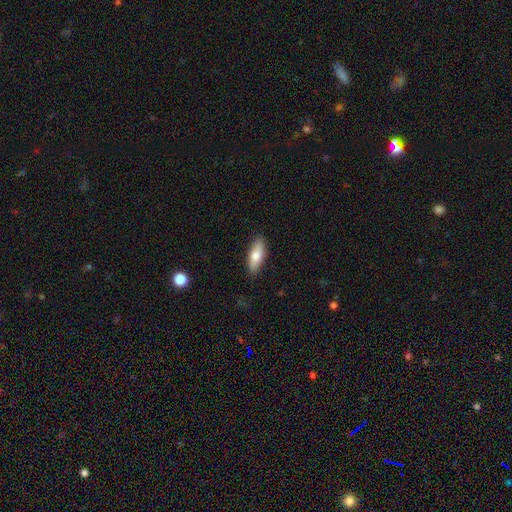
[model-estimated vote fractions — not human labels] Morphology: type=smooth (74%); roundness=in between (70%); merging=none (87%).